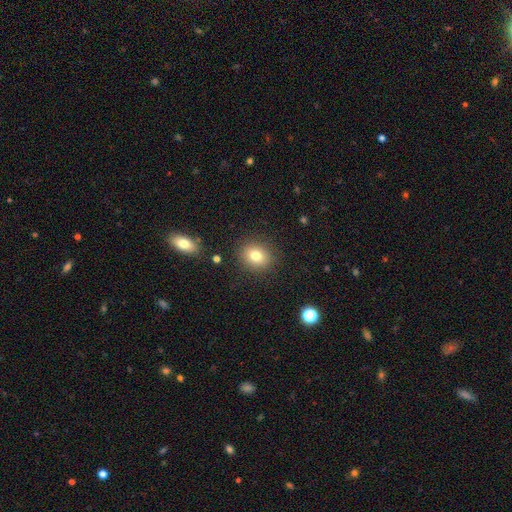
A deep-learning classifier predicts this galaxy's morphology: A smooth galaxy with no disk features (78%) that is round (66%). Merging: none (87%).